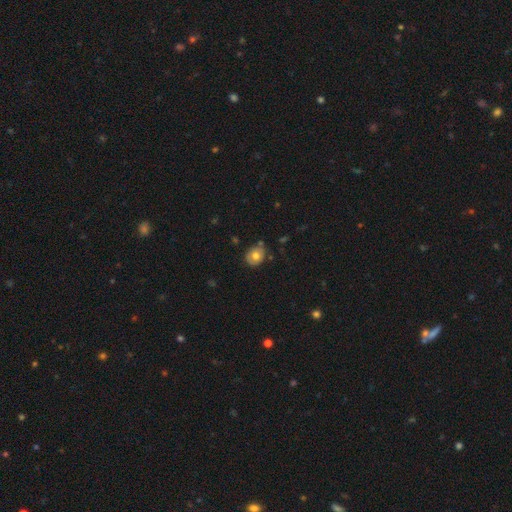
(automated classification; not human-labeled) The model was most divided on "how rounded": round: 55%, in between: 44%, cigar-shaped: 1%. More confident: merging — none (73%); smooth or featured — smooth (67%).